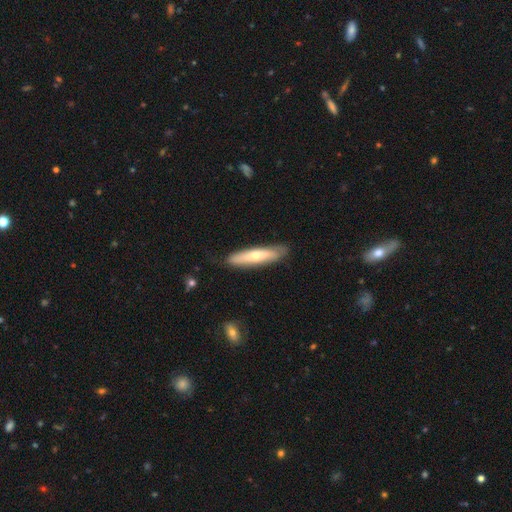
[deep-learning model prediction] Smooth or featured?
  - smooth: 56% *
  - featured or disk: 39%
  - star or artifact: 5%
How rounded?
  - cigar-shaped: 81% *
  - in between: 17%
  - round: 2%
Merging?
  - none: 82% *
  - minor disturbance: 14%
  - major disturbance: 3%
  - merger: 1%